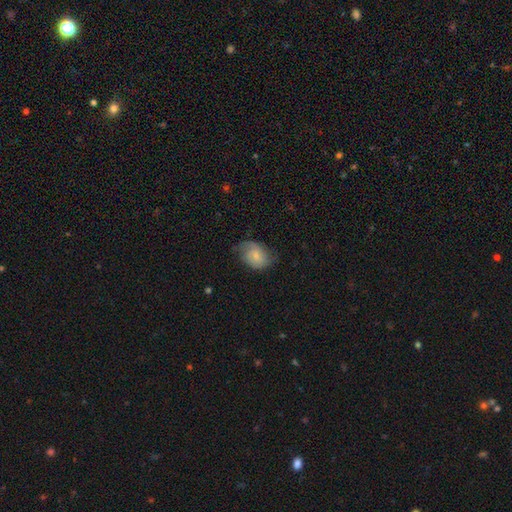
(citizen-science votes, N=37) A featured or disk galaxy (54%) with no bar (85%), 2 (53%) tight (47%, tied with medium) spiral arms (95%) and a small central bulge (50%).

Vote fractions:
- Smooth or featured? featured or disk: 54% / smooth: 46% / star or artifact: 0%
- Edge-on disk? no: 100% / yes: 0%
- Bar? no: 85% / weak: 10% / strong: 5%
- Spiral arms? yes: 95% / no: 5%
- Spiral winding? tight: 47% (tied) / medium: 47% (tied) / loose: 5%
- Spiral arm count? 2: 53% / can't tell: 37% / 1: 11% / 3: 0% / 4: 0% / more than 4: 0%
- Bulge size? small: 50% / moderate: 35% / dominant: 10% / none: 5% / large: 0%
- Merging? none: 68% / minor disturbance: 16% / major disturbance: 11% / merger: 5%